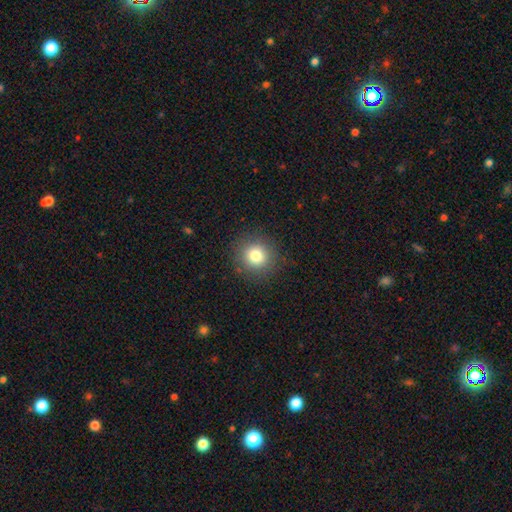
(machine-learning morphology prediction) Smooth or featured: smooth — 80% (star or artifact — 12%)
How rounded: round — 90% (in between — 9%)
Merging: none — 89% (minor disturbance — 7%)